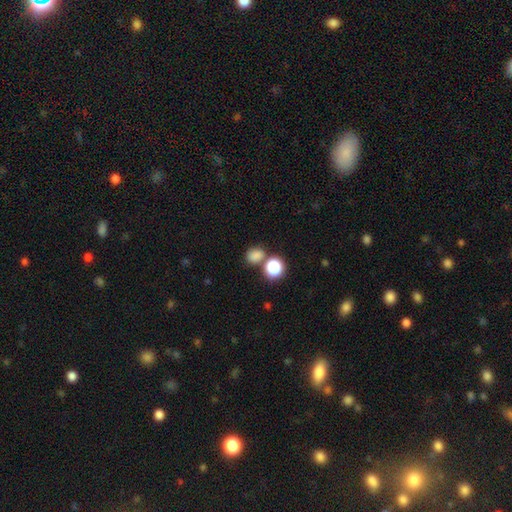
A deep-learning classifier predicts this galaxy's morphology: This is likely a smooth galaxy (79%). How rounded: possibly round (56%). Merging: likely none (64%).